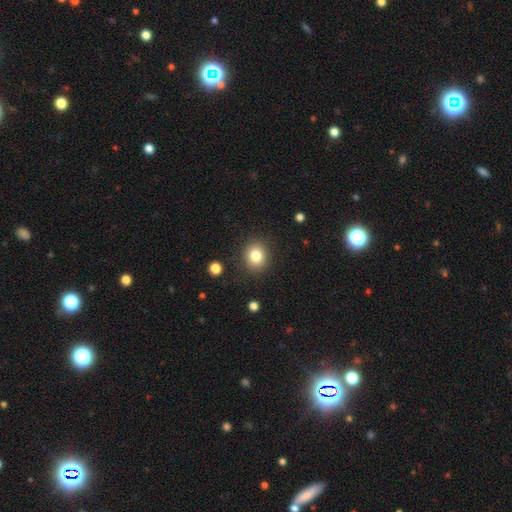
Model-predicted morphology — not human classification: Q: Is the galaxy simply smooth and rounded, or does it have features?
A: smooth — 81%.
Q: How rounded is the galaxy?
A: round — 73%.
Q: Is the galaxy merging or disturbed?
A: none — 88%.